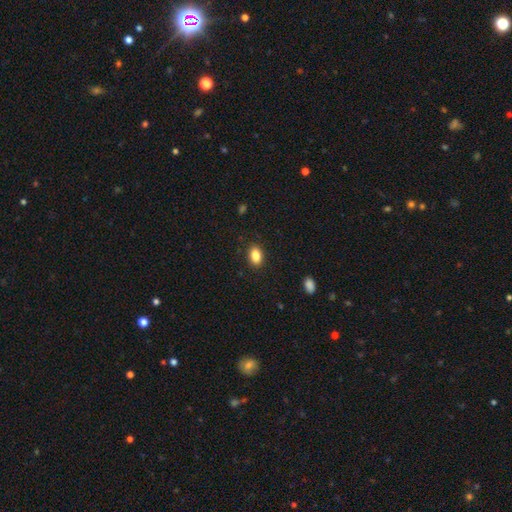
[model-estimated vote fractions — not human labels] Morphology: type=smooth (86%); roundness=in between (84%); merging=none (88%).